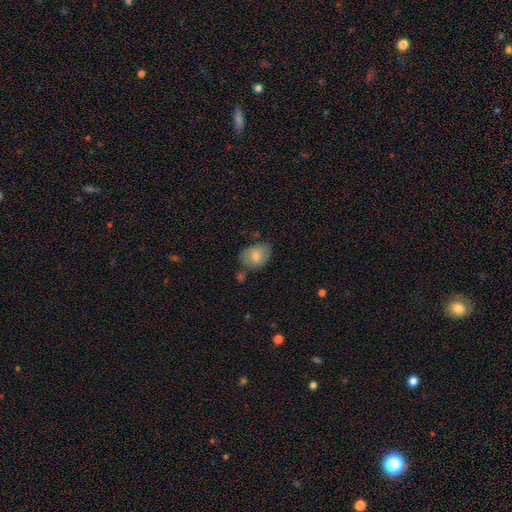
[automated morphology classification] A smooth galaxy with no disk features (76%) that is in between round and cigar-shaped (74%). Merging: none (58%).